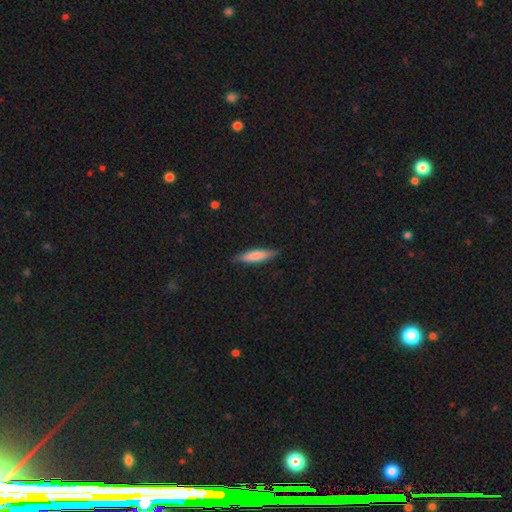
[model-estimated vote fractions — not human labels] Overall: smooth (74%). How rounded: cigar-shaped (73%). Merging: none (83%).